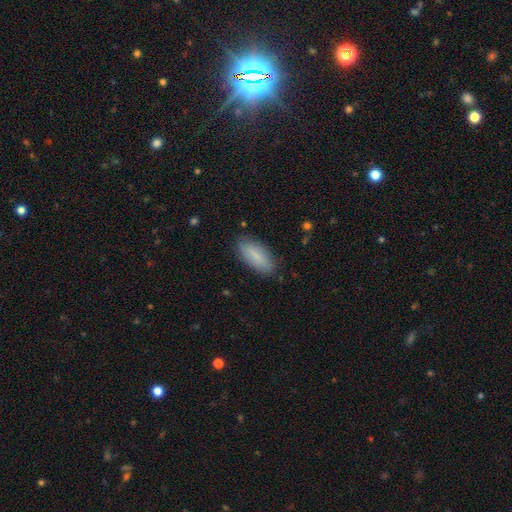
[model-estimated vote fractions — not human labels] Smooth or featured?
  - smooth: 80% *
  - featured or disk: 14%
  - star or artifact: 6%
How rounded?
  - in between: 81% *
  - cigar-shaped: 17%
  - round: 2%
Merging?
  - none: 84% *
  - minor disturbance: 12%
  - major disturbance: 3%
  - merger: 1%